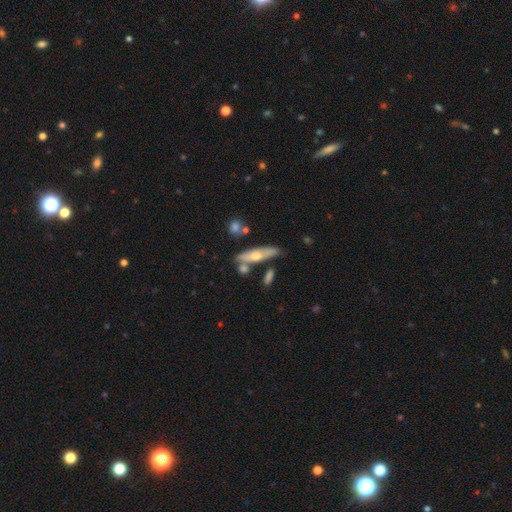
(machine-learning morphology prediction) A featured or disk galaxy (56%) viewed edge-on (74%).

Vote fractions:
- Smooth or featured? featured or disk: 56% / smooth: 37% / star or artifact: 7%
- Edge-on disk? yes: 74% / no: 26%
- Merging? none: 67% / minor disturbance: 15% / merger: 13% / major disturbance: 4%